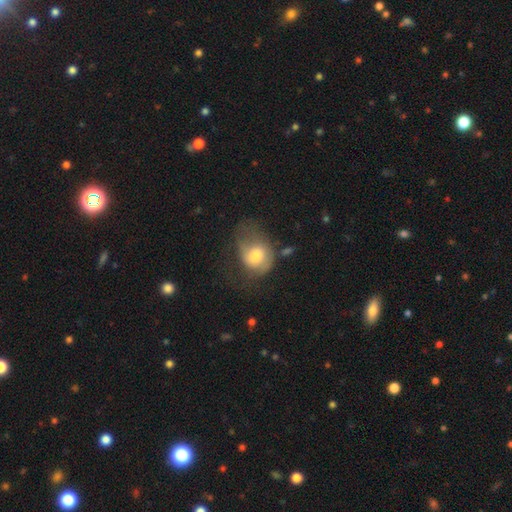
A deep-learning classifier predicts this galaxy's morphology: smooth-or-featured: smooth: 65% | featured or disk: 27% | star or artifact: 8%
  how-rounded: in between: 52% | round: 47% | cigar-shaped: 1%
  merging: major disturbance: 41% | minor disturbance: 29% | none: 26% | merger: 4%